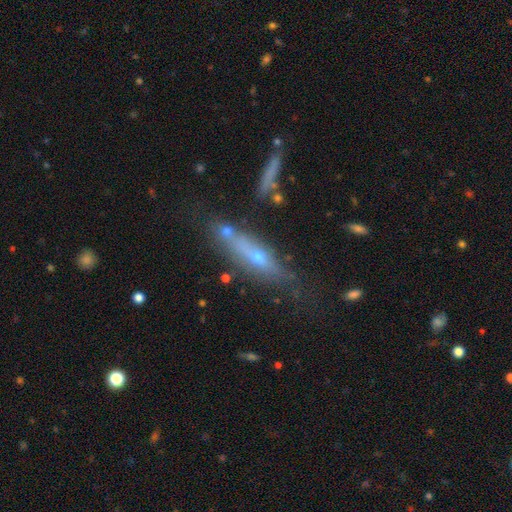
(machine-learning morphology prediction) Q: Smooth or featured?
A: featured or disk (48%); runner-up: smooth (41%)
Q: Merging?
A: none (62%); runner-up: minor disturbance (19%)